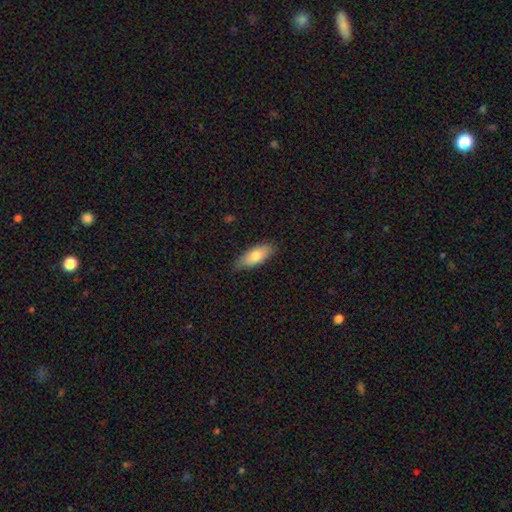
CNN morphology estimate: A smooth galaxy with no disk features (76%) that is in between round and cigar-shaped (80%). Merging: none (75%).